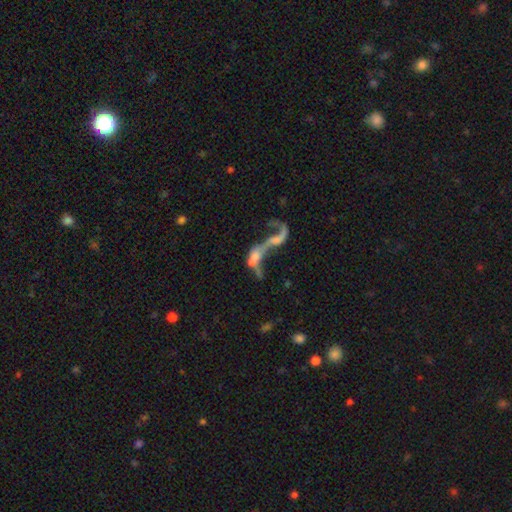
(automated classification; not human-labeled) Overall: featured or disk (61%; smooth 26%). Edge-on disk: no (93%). Bar: no (73%). Spiral arms: no (62%; yes 38%). Bulge size: none (57%; small 19%). Merging: merger (60%; major disturbance 23%).